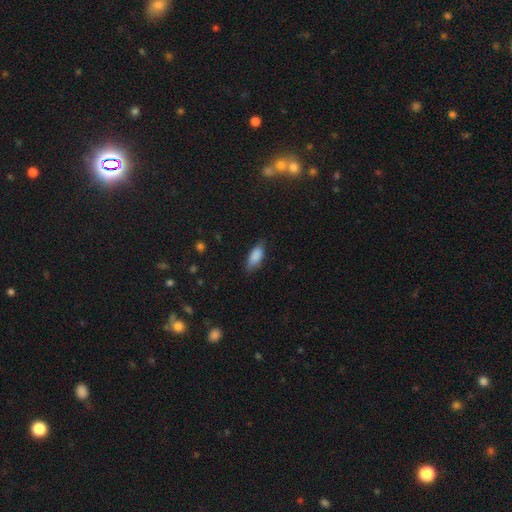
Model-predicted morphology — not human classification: smooth 85%, featured or disk 8%, star or artifact 7%. Down the decision tree: how rounded — in between (80%); merging — none (74%).